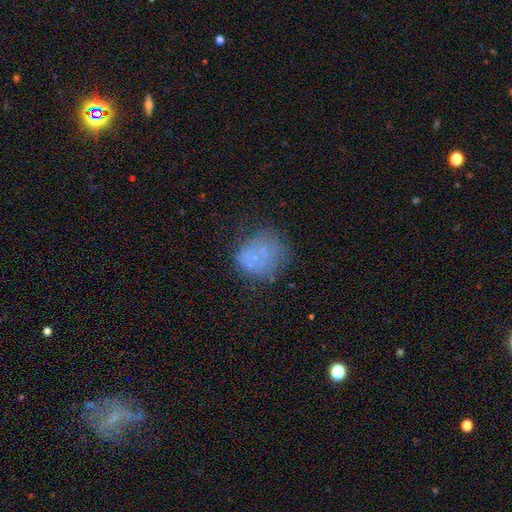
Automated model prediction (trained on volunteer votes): Smooth or featured?
  - smooth: 51% *
  - featured or disk: 31%
  - star or artifact: 18%
How rounded?
  - round: 78% *
  - in between: 21%
  - cigar-shaped: 1%
Merging?
  - none: 57% *
  - minor disturbance: 22%
  - major disturbance: 13%
  - merger: 7%